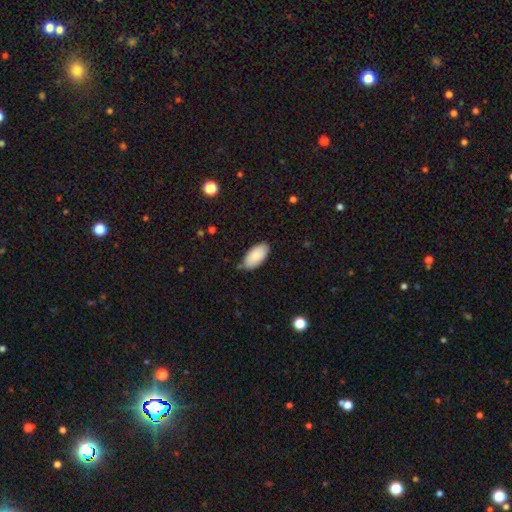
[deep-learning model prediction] Smooth or featured: smooth — 87% (featured or disk — 7%)
How rounded: in between — 95% (cigar-shaped — 3%)
Merging: none — 76% (minor disturbance — 20%)